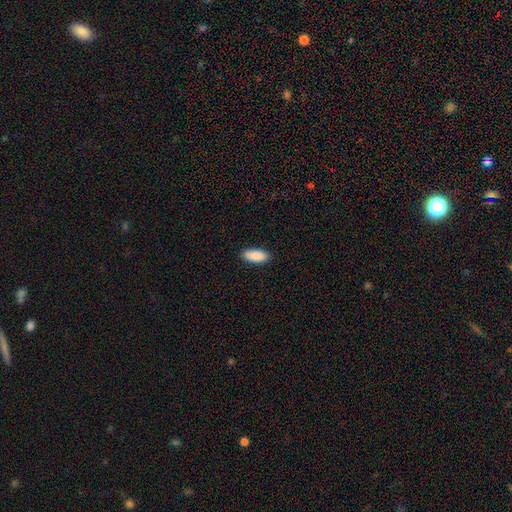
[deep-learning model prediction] smooth-or-featured: smooth: 90% | star or artifact: 6% | featured or disk: 4%
  how-rounded: in between: 86% | cigar-shaped: 13% | round: 2%
  merging: none: 89% | minor disturbance: 8% | major disturbance: 2% | merger: 1%